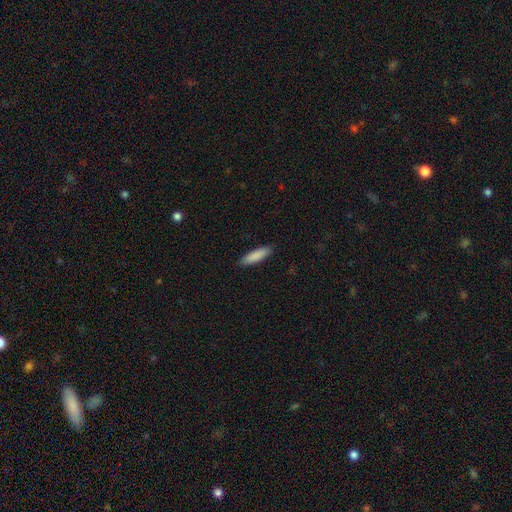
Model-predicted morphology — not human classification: smooth 88%, featured or disk 7%, star or artifact 6%. Down the decision tree: how rounded — cigar-shaped (66%); merging — none (89%).